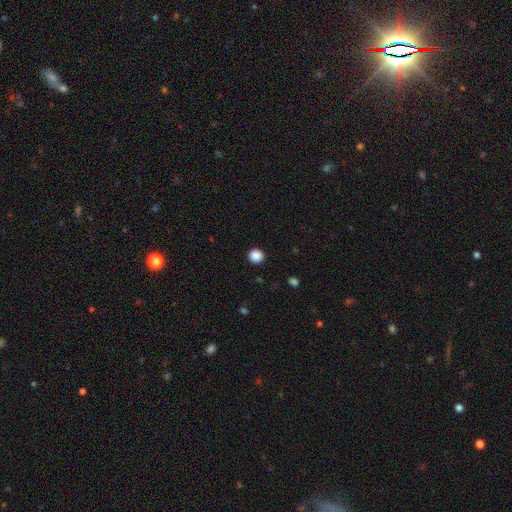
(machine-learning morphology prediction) This appears to be a smooth galaxy with no disk features (88%) that is round (93%). Merging: none (92%).